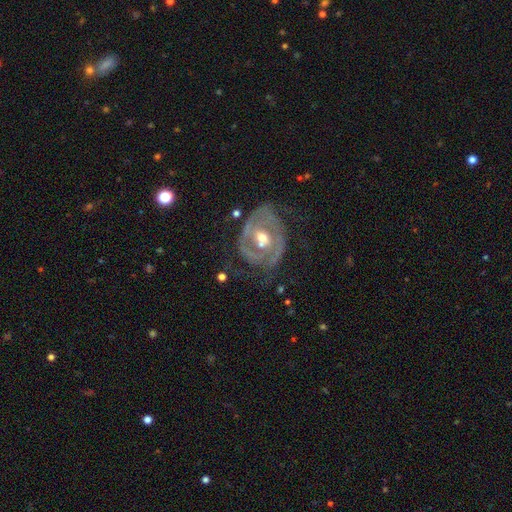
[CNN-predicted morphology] The model was most divided on "spiral winding": tight: 53%, medium: 35%, loose: 12%. More confident: edge-on disk — no (96%); smooth or featured — featured or disk (81%); spiral arms — yes (76%); bulge size — moderate (74%); merging — none (66%); spiral arm count — 2 (60%); bar — no (50%).